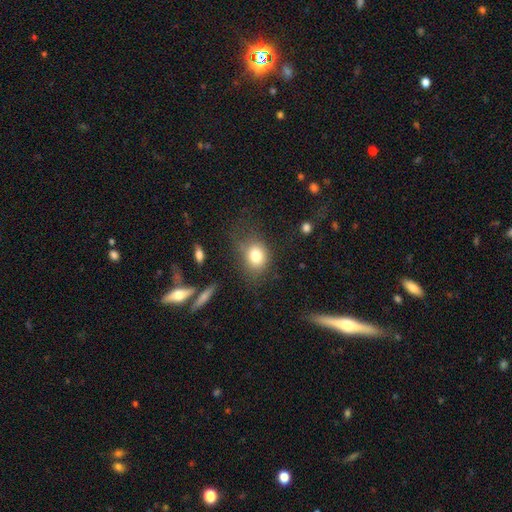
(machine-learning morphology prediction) This appears to be a smooth galaxy with no disk features (79%) that is in between round and cigar-shaped (50%). Merging: none (60%).